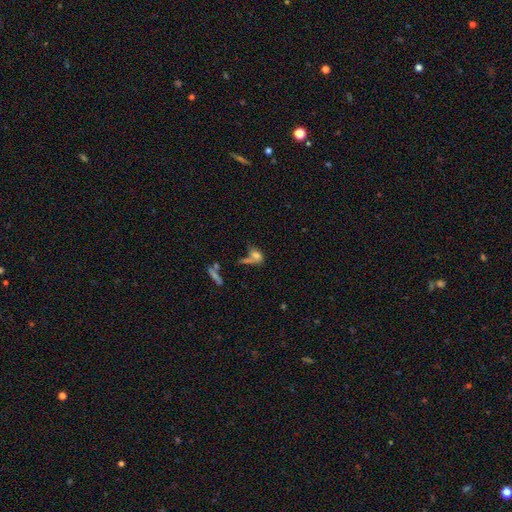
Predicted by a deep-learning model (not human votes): smooth-or-featured: smooth: 63% | featured or disk: 23% | star or artifact: 15%
  how-rounded: in between: 72% | round: 19% | cigar-shaped: 9%
  merging: merger: 36% | none: 28% | major disturbance: 21% | minor disturbance: 14%